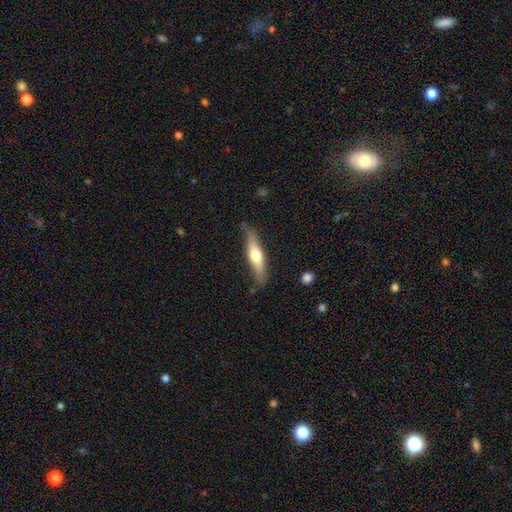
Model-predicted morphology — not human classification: Overall: smooth (49%; featured or disk 45%). Merging: none (79%).